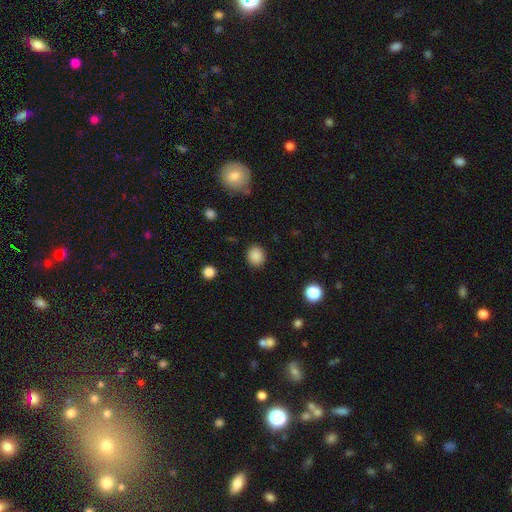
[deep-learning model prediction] Q: Smooth or featured?
A: smooth (87%); runner-up: star or artifact (10%)
Q: How rounded?
A: round (72%); runner-up: in between (27%)
Q: Merging?
A: none (89%); runner-up: minor disturbance (7%)